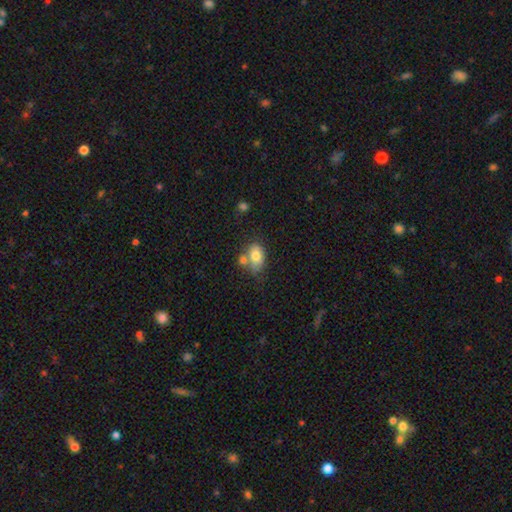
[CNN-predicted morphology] smooth-or-featured: smooth: 76% | featured or disk: 16% | star or artifact: 8%
  how-rounded: in between: 78% | round: 20% | cigar-shaped: 1%
  merging: none: 43% | merger: 32% | minor disturbance: 18% | major disturbance: 6%